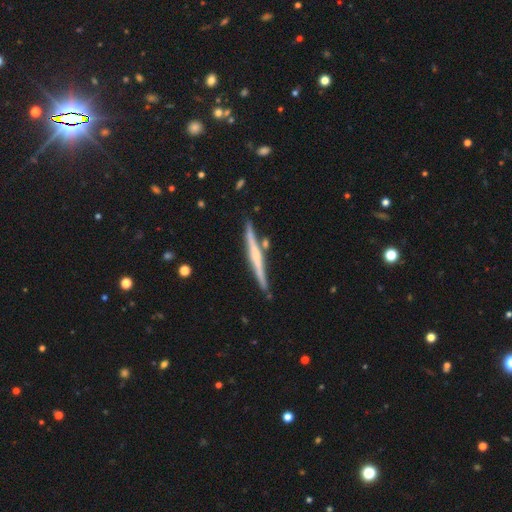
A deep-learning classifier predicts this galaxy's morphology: Q: Smooth or featured?
A: featured or disk (69%); runner-up: smooth (26%)
Q: Edge-on disk?
A: yes (98%); runner-up: no (2%)
Q: Edge-on bulge?
A: rounded (47%); runner-up: none (41%)
Q: Merging?
A: none (84%); runner-up: minor disturbance (10%)